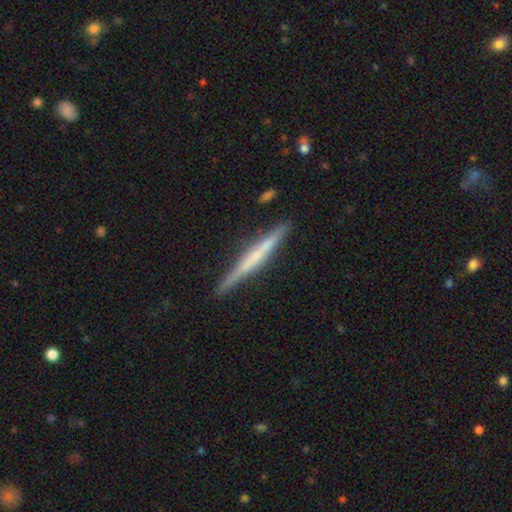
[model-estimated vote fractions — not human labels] This appears to be a featured or disk galaxy (61%) viewed edge-on (98%) with no central bulge (60%). Merging: none (88%).